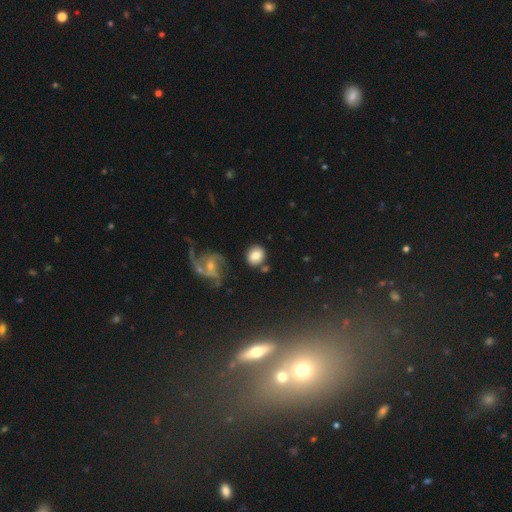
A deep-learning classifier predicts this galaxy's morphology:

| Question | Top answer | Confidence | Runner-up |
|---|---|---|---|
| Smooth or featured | smooth | 77% | featured or disk (14%) |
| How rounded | round | 72% | in between (27%) |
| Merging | none | 72% | minor disturbance (13%) |